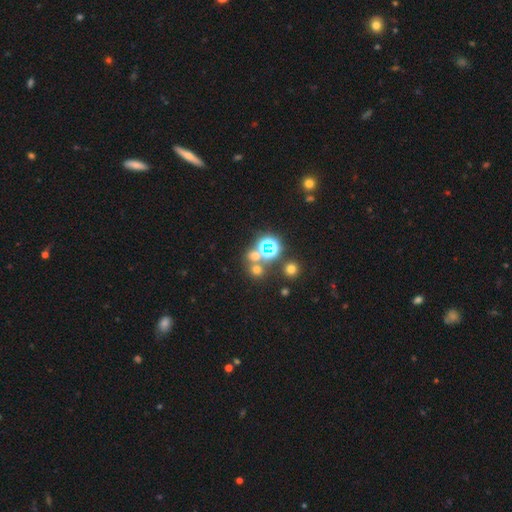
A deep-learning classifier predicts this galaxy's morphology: type=smooth (49%); merging=none (61%).